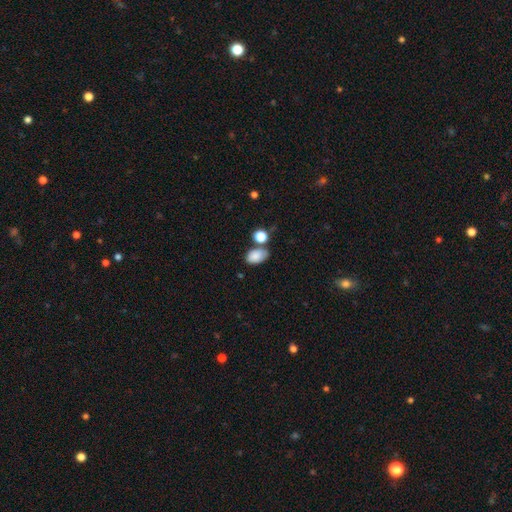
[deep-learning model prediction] Overall: smooth (84%). How rounded: in between (87%). Merging: none (60%).